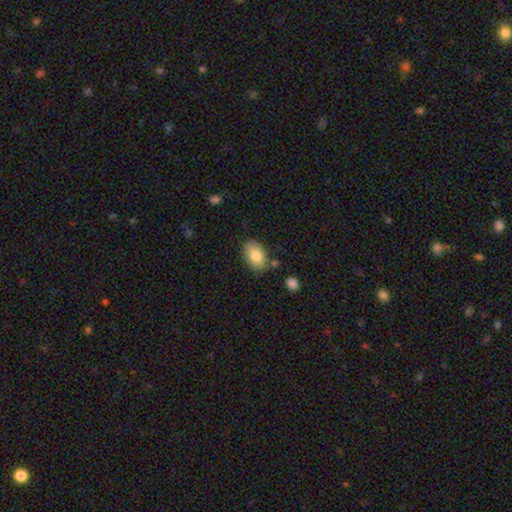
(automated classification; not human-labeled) Q: Smooth or featured?
A: smooth (84%); runner-up: featured or disk (9%)
Q: How rounded?
A: in between (90%); runner-up: round (9%)
Q: Merging?
A: none (76%); runner-up: minor disturbance (15%)